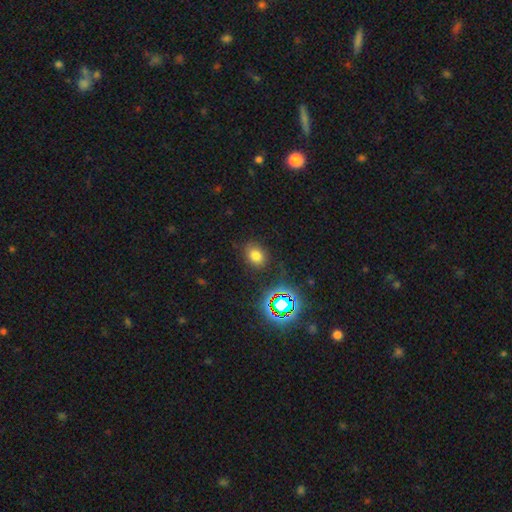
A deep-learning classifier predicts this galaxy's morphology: The model was most divided on "how rounded": in between: 57%, round: 42%, cigar-shaped: 1%. More confident: merging — none (83%); smooth or featured — smooth (70%).